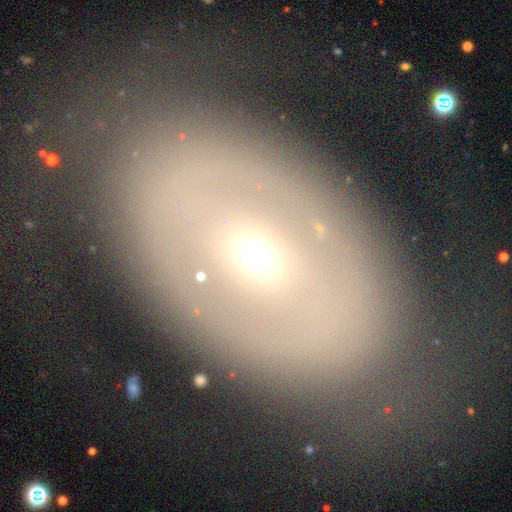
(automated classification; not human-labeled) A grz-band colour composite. It shows a featured or disk galaxy (59%) with no bar (60%), no spiral arms (70%) and a small central bulge (66%). Merging: none (76%).